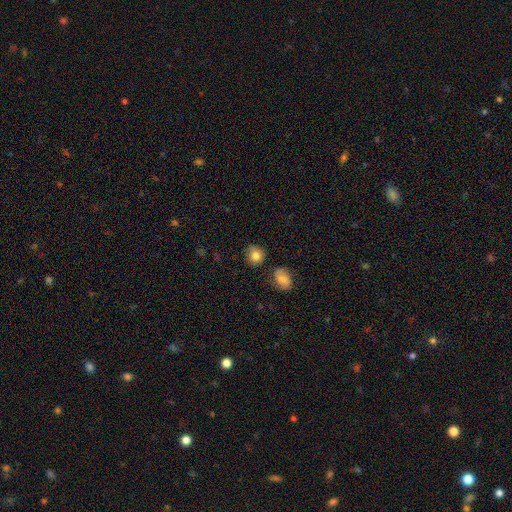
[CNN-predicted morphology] The model was most divided on "merging": none: 71%, minor disturbance: 20%, major disturbance: 5%, merger: 5%. More confident: how rounded — round (82%); smooth or featured — smooth (80%).